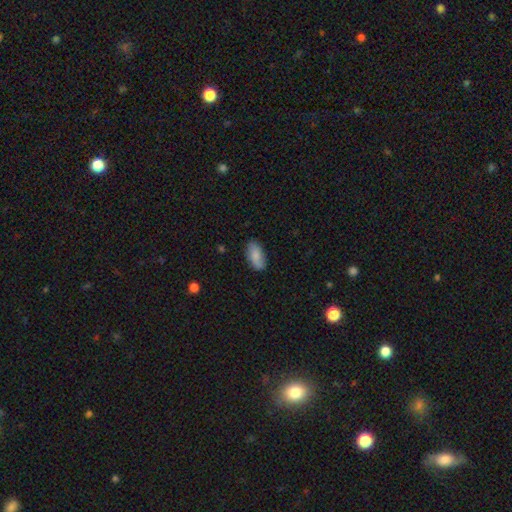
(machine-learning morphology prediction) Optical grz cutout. It shows a smooth galaxy with no disk features (81%) that is in between round and cigar-shaped (92%). Merging: none (81%).